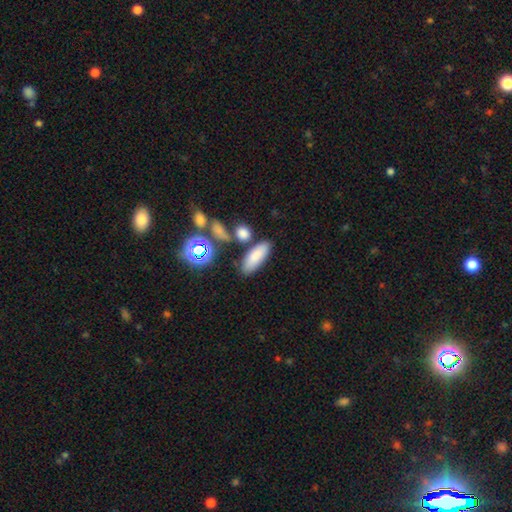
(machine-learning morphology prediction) The model was most divided on "how rounded": in between: 71%, cigar-shaped: 25%, round: 4%. More confident: smooth or featured — smooth (79%); merging — none (74%).